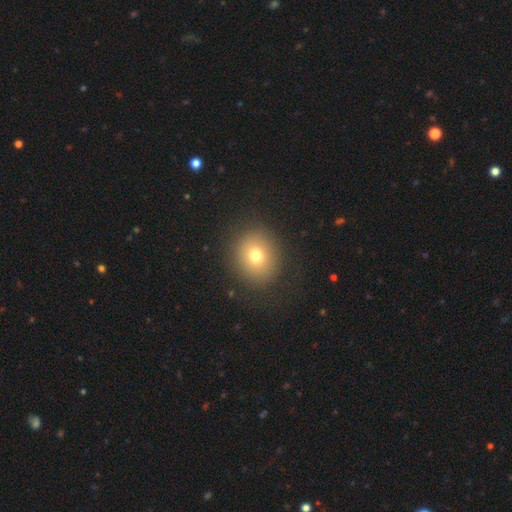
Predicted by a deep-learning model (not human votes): This appears to be a smooth galaxy with no disk features (73%) that is round (76%). Merging: none (86%).